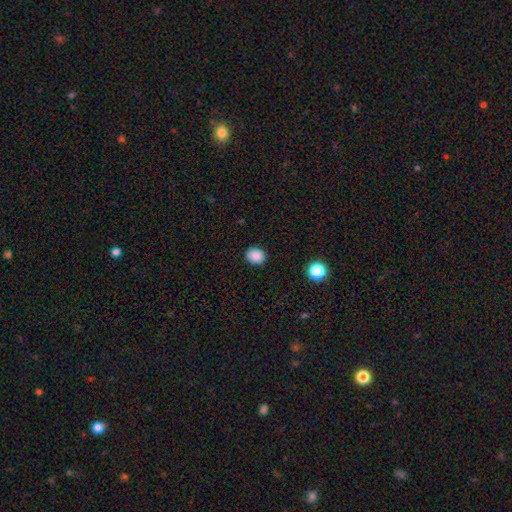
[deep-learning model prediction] This appears to be a smooth galaxy with no disk features (88%) that is round (59%). Merging: none (89%).